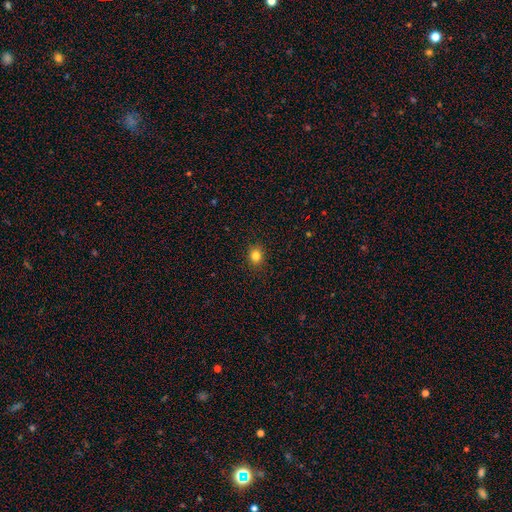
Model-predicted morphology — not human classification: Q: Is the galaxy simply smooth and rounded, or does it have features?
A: smooth — 82%.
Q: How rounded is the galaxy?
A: round — 68%.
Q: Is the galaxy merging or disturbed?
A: none — 90%.